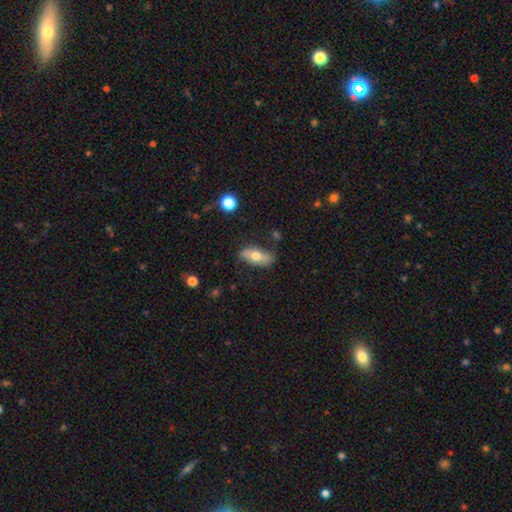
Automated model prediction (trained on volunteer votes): Smooth or featured: smooth — 54% (featured or disk — 40%)
How rounded: in between — 75% (cigar-shaped — 20%)
Merging: none — 74% (minor disturbance — 19%)